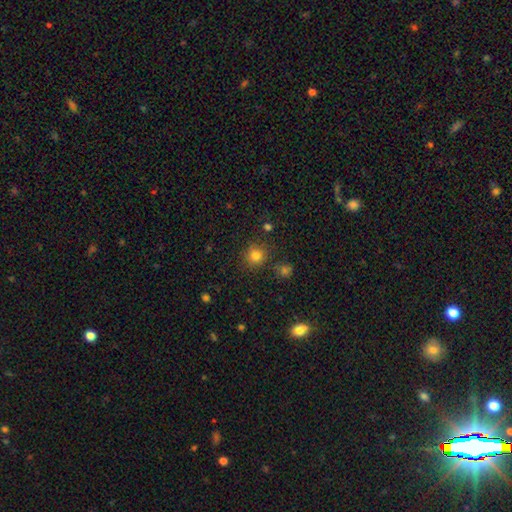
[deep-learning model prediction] Morphology: type=smooth (80%); roundness=round (90%); merging=none (82%).